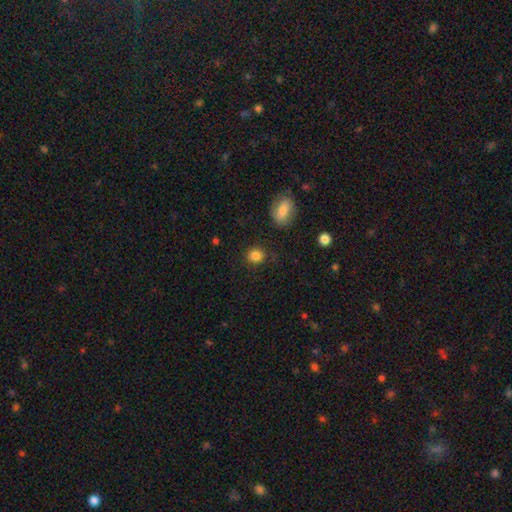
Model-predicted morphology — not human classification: Overall: smooth (85%). How rounded: round (67%; in between 32%). Merging: none (82%).